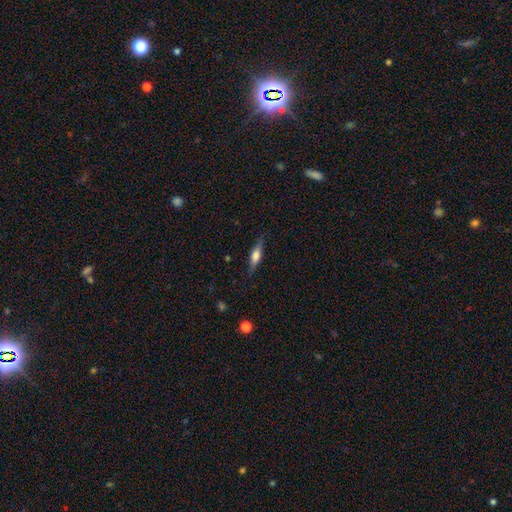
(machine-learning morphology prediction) Smooth or featured? featured or disk (48%)
Merging? none (84%)